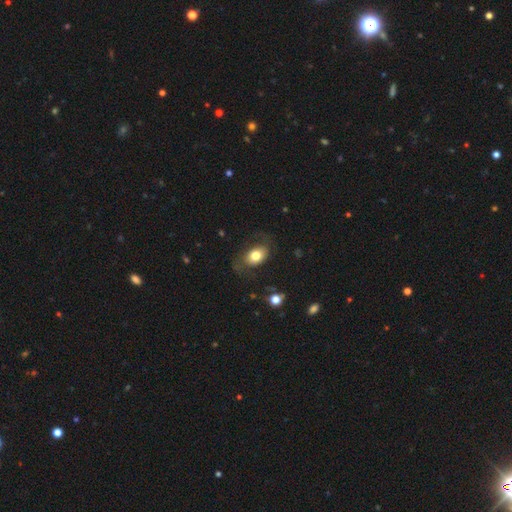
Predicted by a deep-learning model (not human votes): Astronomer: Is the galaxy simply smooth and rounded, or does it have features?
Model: smooth — 69%.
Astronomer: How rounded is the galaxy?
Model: in between — 80%.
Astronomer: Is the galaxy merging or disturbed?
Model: none — 63%.